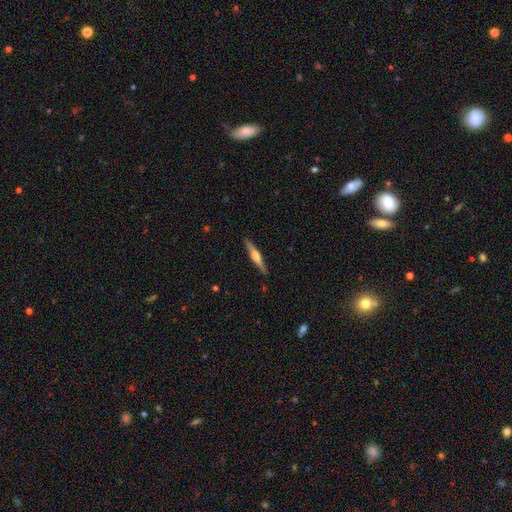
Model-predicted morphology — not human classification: smooth_or_featured: featured or disk (p=0.70) [alt: smooth p=0.25]
disk_edge_on: yes (p=0.98) [alt: no p=0.02]
edge_on_bulge: rounded (p=0.82) [alt: boxy p=0.13]
merging: none (p=0.90) [alt: minor disturbance p=0.08]